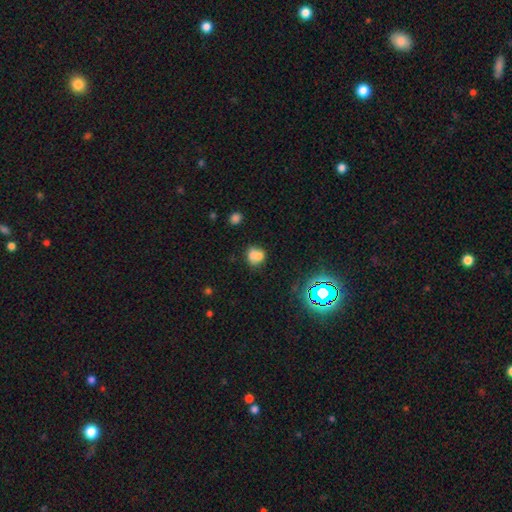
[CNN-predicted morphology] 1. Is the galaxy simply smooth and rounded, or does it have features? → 68% smooth, 17% featured or disk, 15% star or artifact.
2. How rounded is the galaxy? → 69% round, 29% in between, 1% cigar-shaped.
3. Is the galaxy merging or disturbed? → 46% merger, 37% none, 11% minor disturbance, 5% major disturbance.